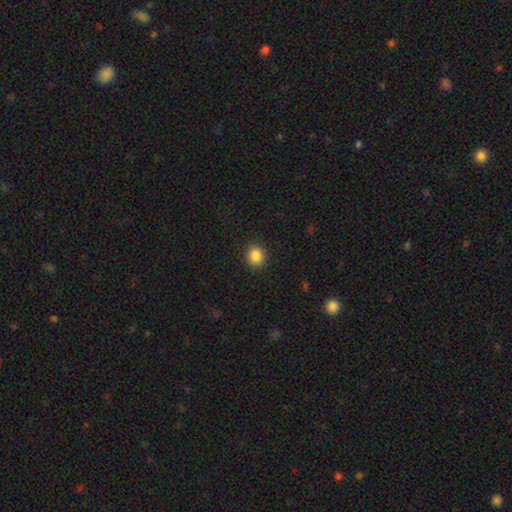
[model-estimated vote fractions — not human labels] Q: Smooth or featured?
A: smooth (86%); runner-up: star or artifact (10%)
Q: How rounded?
A: round (82%); runner-up: in between (17%)
Q: Merging?
A: none (91%); runner-up: minor disturbance (6%)